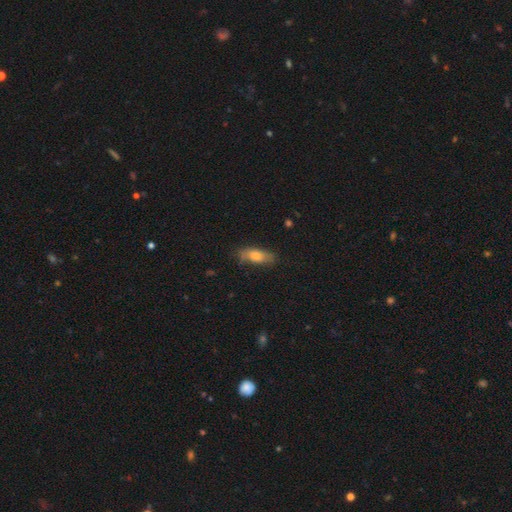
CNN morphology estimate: Smooth or featured? Predicted: smooth (p=0.74). How rounded? Predicted: in between (p=0.68). Merging? Predicted: none (p=0.73).